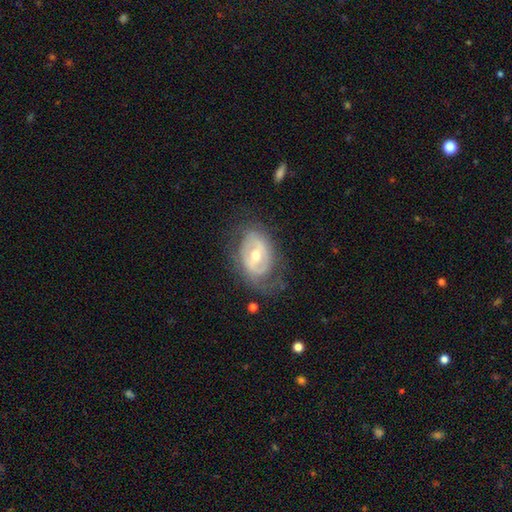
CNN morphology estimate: Smooth or featured? Predicted: featured or disk (p=0.74). Edge-on disk? Predicted: no (p=0.95). Bar? Predicted: weak (p=0.43). Spiral arms? Predicted: yes (p=0.63). Bulge size? Predicted: moderate (p=0.64). Merging? Predicted: none (p=0.61).